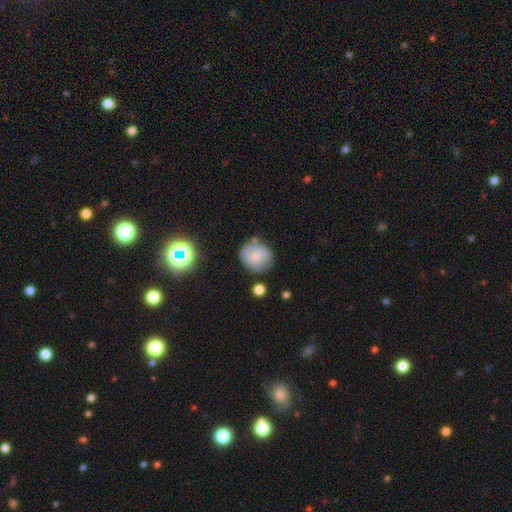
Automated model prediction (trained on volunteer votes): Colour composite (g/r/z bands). It shows a smooth galaxy with no disk features (64%) that is round (74%). Merging: none (66%).